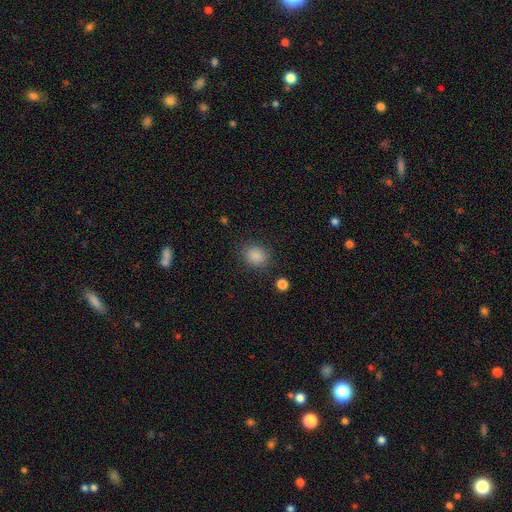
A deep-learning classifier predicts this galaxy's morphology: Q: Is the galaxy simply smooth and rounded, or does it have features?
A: smooth — 87%.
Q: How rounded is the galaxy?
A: round — 64%.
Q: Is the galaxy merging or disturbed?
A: none — 85%.